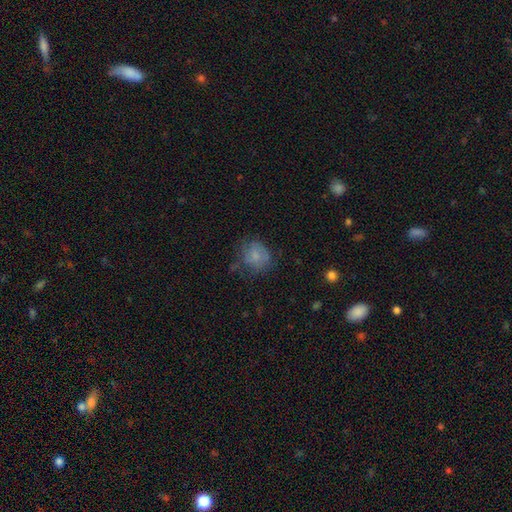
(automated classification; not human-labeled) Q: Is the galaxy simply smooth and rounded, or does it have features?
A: smooth — 67%.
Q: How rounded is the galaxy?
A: round — 74%.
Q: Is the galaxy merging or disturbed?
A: none — 55%.